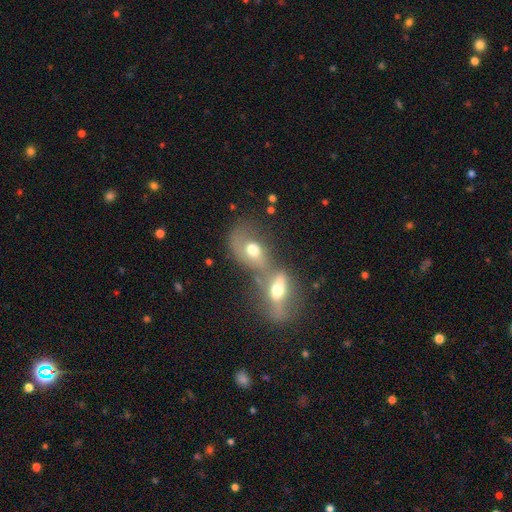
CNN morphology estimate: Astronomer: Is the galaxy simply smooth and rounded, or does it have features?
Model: smooth — 47% (runner-up: featured or disk, 37%).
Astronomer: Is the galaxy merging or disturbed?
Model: merger — 78%.